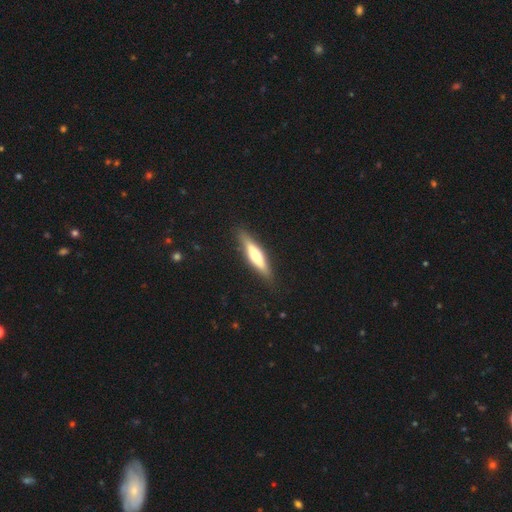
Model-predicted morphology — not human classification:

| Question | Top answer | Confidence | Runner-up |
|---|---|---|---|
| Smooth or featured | smooth | 49% | featured or disk (46%) |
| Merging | none | 86% | minor disturbance (11%) |